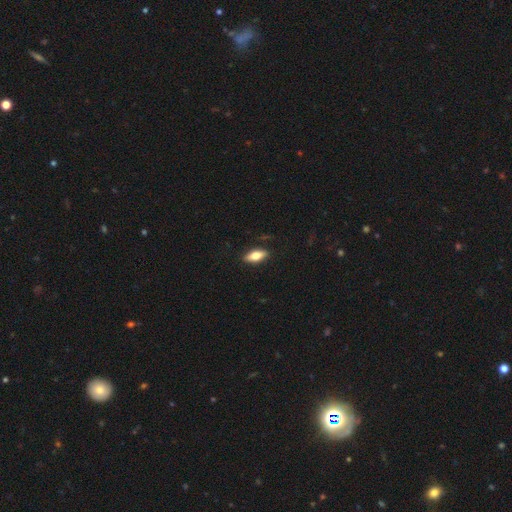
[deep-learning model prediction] A smooth galaxy with no disk features (70%) that is in between round and cigar-shaped (77%). Merging: none (86%).